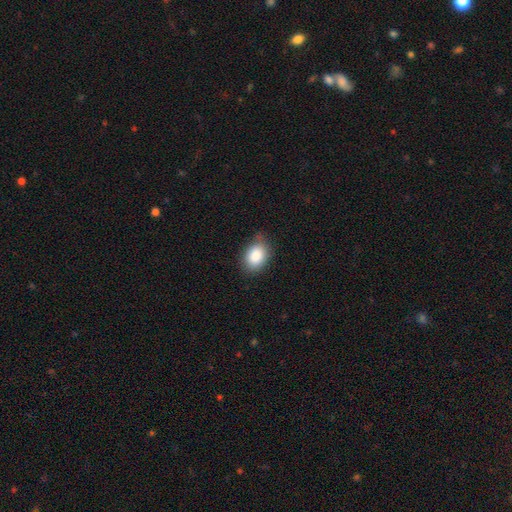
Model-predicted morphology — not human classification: smooth 87%, star or artifact 8%, featured or disk 6%. Down the decision tree: how rounded — in between (78%); merging — none (72%).